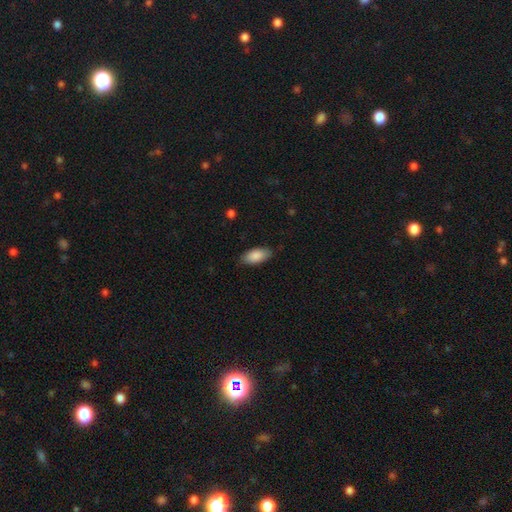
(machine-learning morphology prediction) Overall: smooth (87%). How rounded: in between (91%). Merging: none (84%).